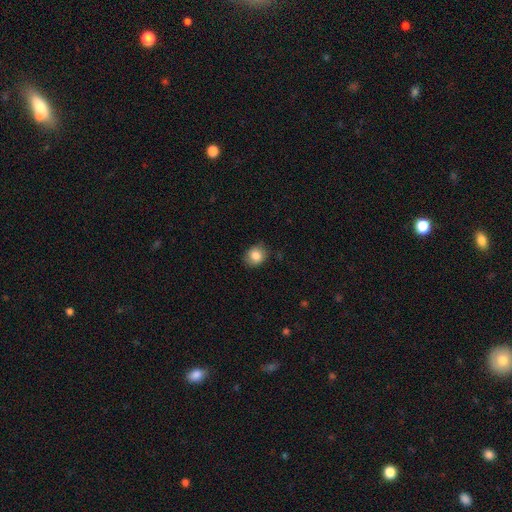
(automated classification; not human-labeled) smooth_or_featured: smooth (p=0.84) [alt: star or artifact p=0.09]
how_rounded: round (p=0.65) [alt: in between p=0.34]
merging: none (p=0.81) [alt: minor disturbance p=0.15]